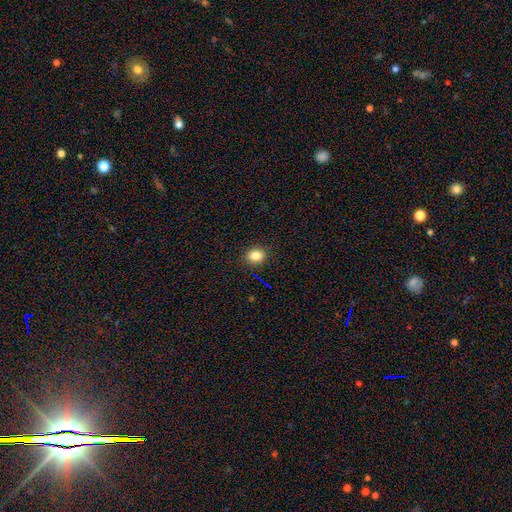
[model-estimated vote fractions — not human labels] Q: Smooth or featured?
A: smooth (83%); runner-up: star or artifact (11%)
Q: How rounded?
A: round (54%); runner-up: in between (45%)
Q: Merging?
A: none (89%); runner-up: minor disturbance (8%)